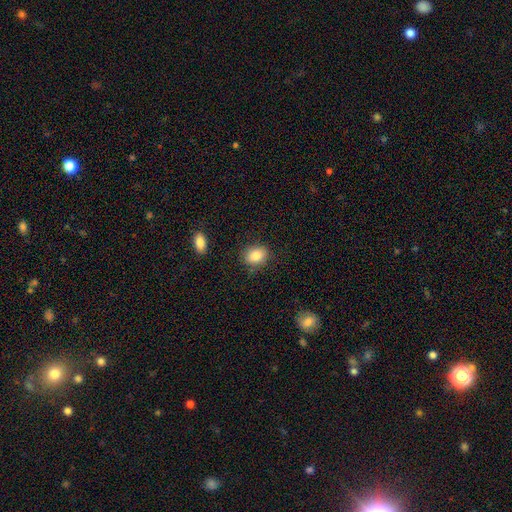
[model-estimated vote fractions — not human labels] Morphology: type=smooth (85%); roundness=in between (61%); merging=none (82%).